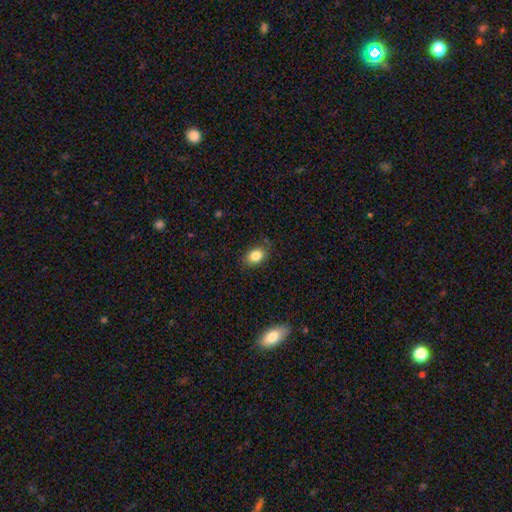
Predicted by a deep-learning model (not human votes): This appears to be a smooth galaxy with no disk features (84%) that is in between round and cigar-shaped (73%). Merging: none (82%).